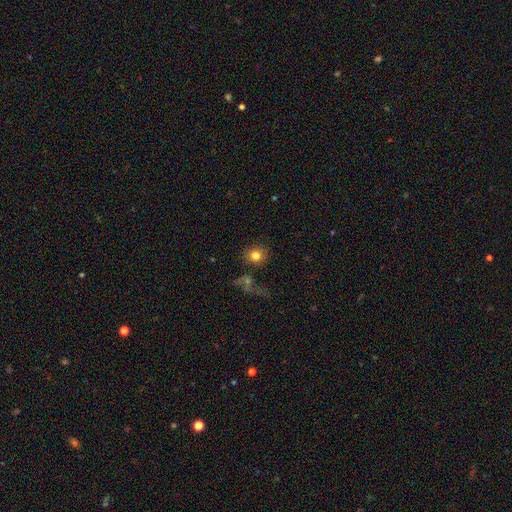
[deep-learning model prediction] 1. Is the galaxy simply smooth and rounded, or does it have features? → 79% smooth, 12% star or artifact, 10% featured or disk.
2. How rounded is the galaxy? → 82% round, 17% in between, 1% cigar-shaped.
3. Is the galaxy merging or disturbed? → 73% none, 11% minor disturbance, 10% merger, 6% major disturbance.